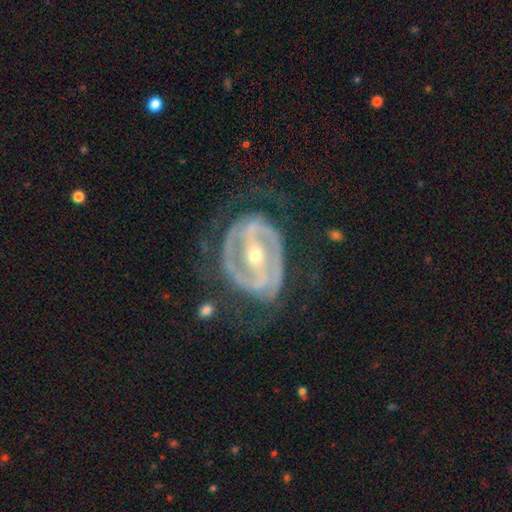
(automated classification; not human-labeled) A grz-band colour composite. It shows a featured or disk galaxy (89%) with a strong bar (67%), 2 (77%) tight (44%) spiral arms (87%) and a small central bulge (63%). Merging: none (59%).